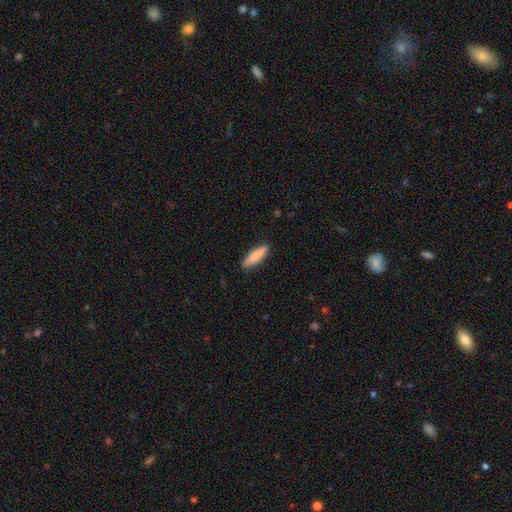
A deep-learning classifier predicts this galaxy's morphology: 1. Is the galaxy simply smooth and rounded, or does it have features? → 84% smooth, 11% featured or disk, 5% star or artifact.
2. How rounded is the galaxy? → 70% cigar-shaped, 29% in between, 1% round.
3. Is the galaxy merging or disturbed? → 88% none, 9% minor disturbance, 2% major disturbance, 1% merger.